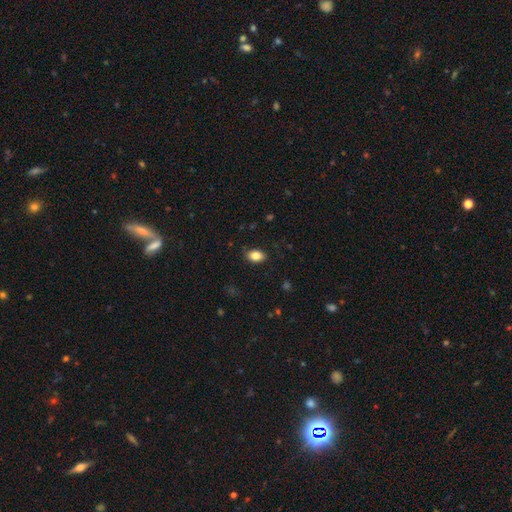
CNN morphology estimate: Overall: smooth (84%). How rounded: in between (85%). Merging: none (86%).